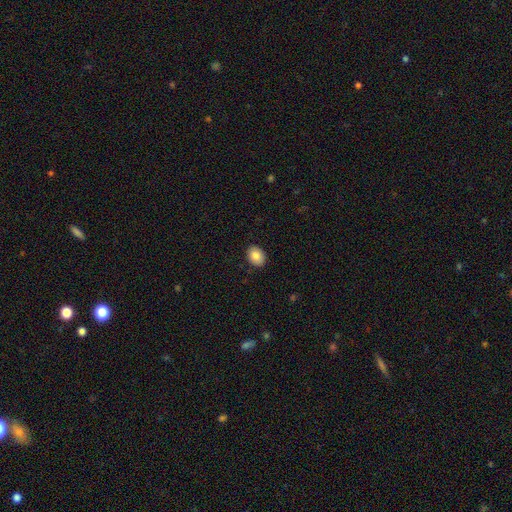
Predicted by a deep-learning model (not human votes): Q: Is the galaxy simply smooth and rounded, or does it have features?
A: smooth — 85%.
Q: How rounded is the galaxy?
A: in between — 67%.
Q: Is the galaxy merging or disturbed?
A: none — 89%.